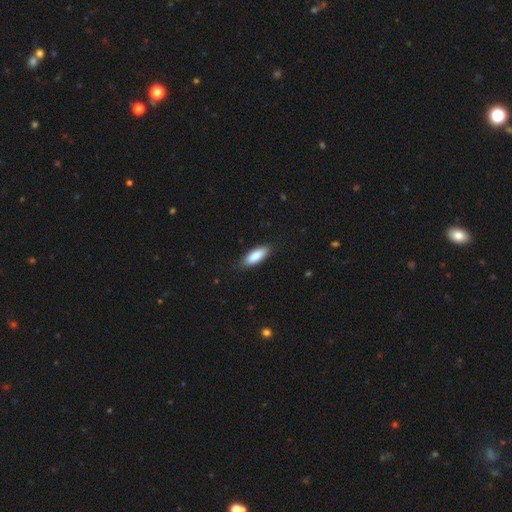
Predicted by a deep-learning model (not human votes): Smooth or featured? Predicted: smooth (p=0.86). How rounded? Predicted: in between (p=0.68). Merging? Predicted: none (p=0.85).